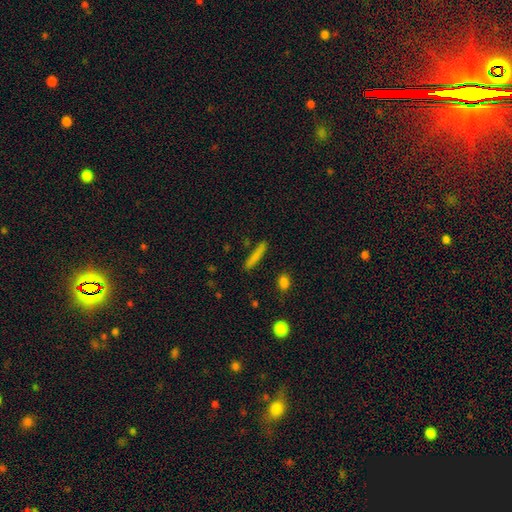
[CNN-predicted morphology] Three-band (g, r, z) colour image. It shows a smooth galaxy with no disk features (78%) that is cigar-shaped (92%). Merging: none (85%).